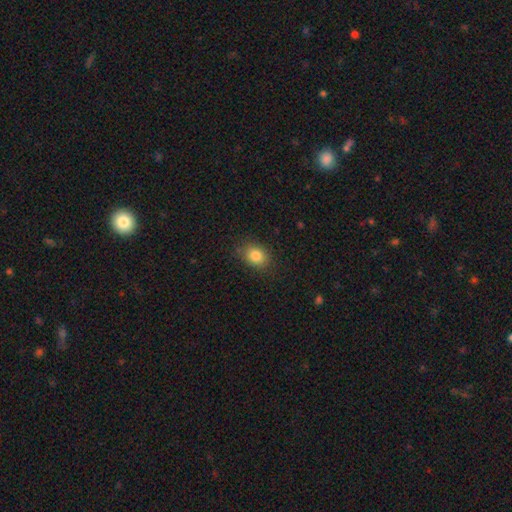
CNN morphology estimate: Q: Smooth or featured?
A: smooth (84%); runner-up: star or artifact (10%)
Q: How rounded?
A: in between (57%); runner-up: round (42%)
Q: Merging?
A: none (84%); runner-up: minor disturbance (12%)